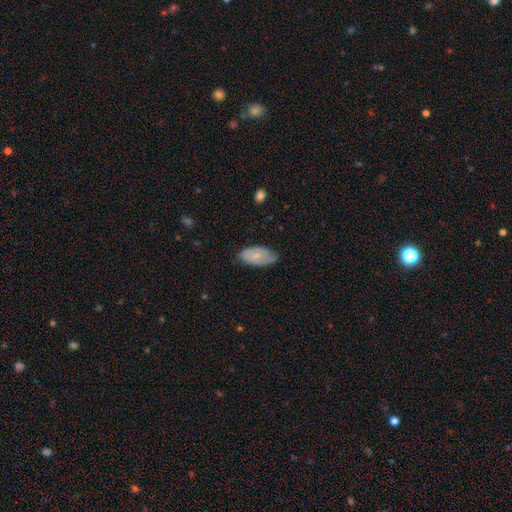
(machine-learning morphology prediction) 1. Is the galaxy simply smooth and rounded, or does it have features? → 57% smooth, 36% featured or disk, 6% star or artifact.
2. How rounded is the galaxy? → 93% in between, 4% cigar-shaped, 3% round.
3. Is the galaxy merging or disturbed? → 65% none, 28% minor disturbance, 6% major disturbance, 1% merger.